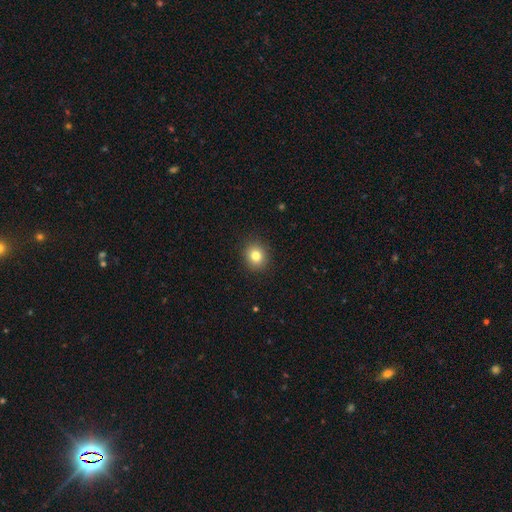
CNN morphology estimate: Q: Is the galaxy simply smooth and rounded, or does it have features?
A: smooth — 82%.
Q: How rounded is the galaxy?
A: round — 78%.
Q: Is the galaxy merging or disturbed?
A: none — 91%.